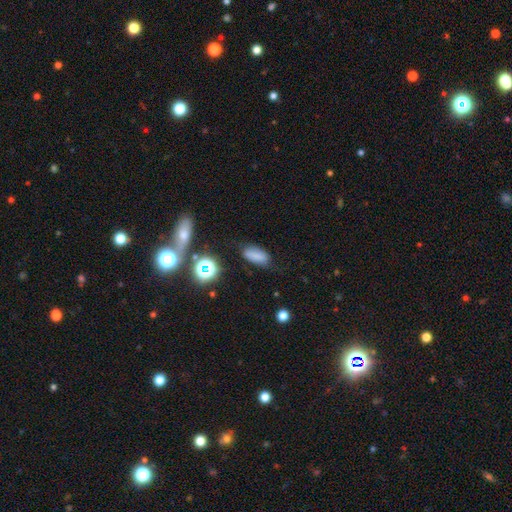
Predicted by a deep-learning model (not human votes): smooth 78%, star or artifact 14%, featured or disk 8%. Down the decision tree: how rounded — in between (84%); merging — none (74%).